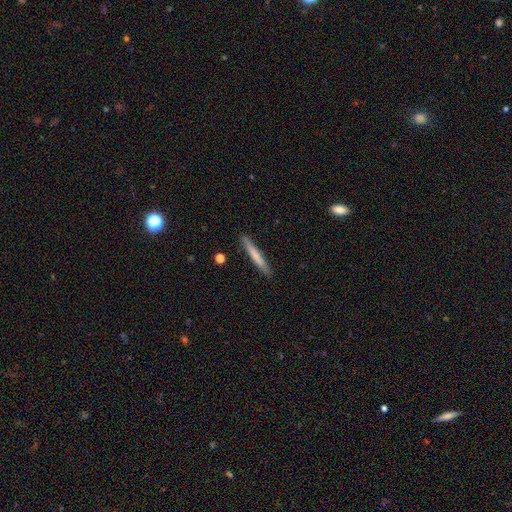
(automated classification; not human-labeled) Smooth or featured: smooth — 70% (featured or disk — 25%)
How rounded: cigar-shaped — 96% (in between — 3%)
Merging: none — 89% (minor disturbance — 8%)